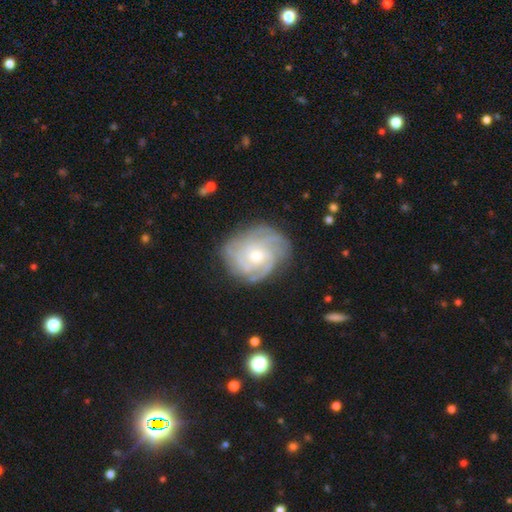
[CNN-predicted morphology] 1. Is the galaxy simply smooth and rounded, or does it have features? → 83% featured or disk, 11% smooth, 6% star or artifact.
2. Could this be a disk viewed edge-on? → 98% no, 2% yes.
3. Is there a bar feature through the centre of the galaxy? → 73% no, 24% weak, 4% strong.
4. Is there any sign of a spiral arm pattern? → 96% yes, 4% no.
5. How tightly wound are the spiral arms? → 67% tight, 27% medium, 6% loose.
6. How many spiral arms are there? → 30% can't tell, 24% 3, 21% 4, 11% 2, 8% more than 4, 6% 1.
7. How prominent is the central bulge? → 53% moderate, 42% small, 3% large, 1% none, 1% dominant.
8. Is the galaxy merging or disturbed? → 76% none, 17% minor disturbance, 6% major disturbance, 1% merger.